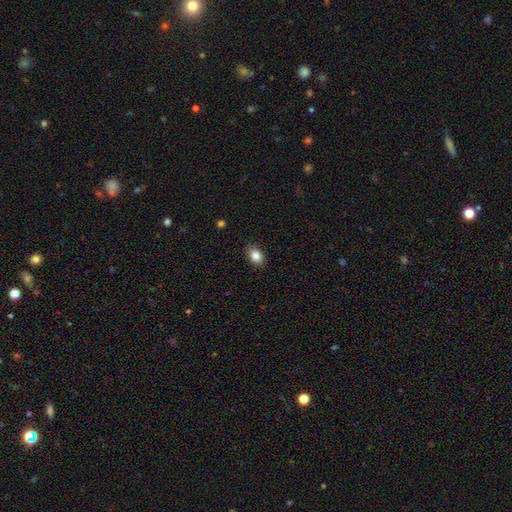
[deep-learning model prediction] smooth_or_featured: smooth (p=0.84) [alt: star or artifact p=0.09]
how_rounded: in between (p=0.73) [alt: round p=0.26]
merging: none (p=0.88) [alt: minor disturbance p=0.09]